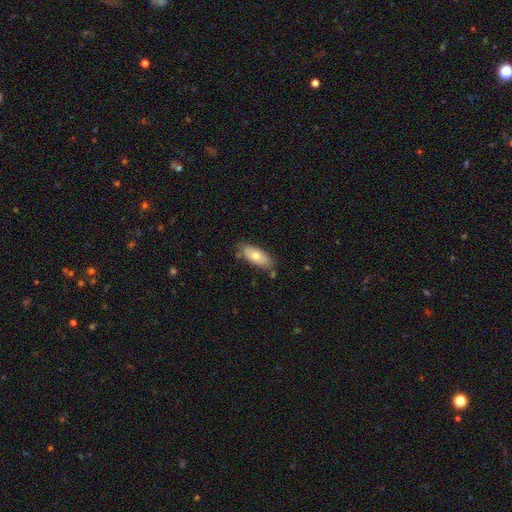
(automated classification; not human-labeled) Q: Smooth or featured?
A: smooth (71%); runner-up: featured or disk (23%)
Q: How rounded?
A: in between (85%); runner-up: cigar-shaped (12%)
Q: Merging?
A: none (75%); runner-up: minor disturbance (17%)